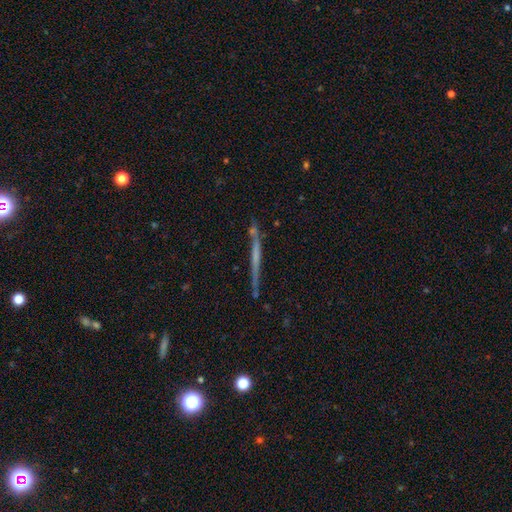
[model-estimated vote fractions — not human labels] smooth-or-featured: featured or disk: 60% | smooth: 33% | star or artifact: 8%
  disk-edge-on: yes: 96% | no: 4%
    edge-on-bulge: none: 82% | rounded: 11% | boxy: 7%
  merging: none: 81% | minor disturbance: 11% | merger: 5% | major disturbance: 3%